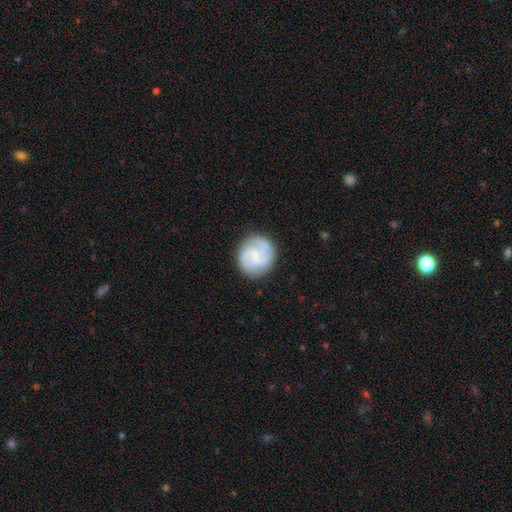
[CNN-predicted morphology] Smooth or featured? featured or disk (69%)
Edge-on disk? no (98%)
Bar? weak (53%)
Spiral arms? yes (92%)
Spiral winding? medium (48%)
Spiral arm count? 2 (56%)
Bulge size? small (65%)
Merging? none (82%)